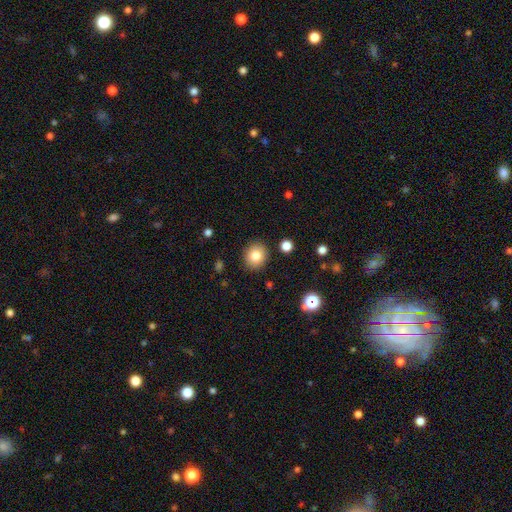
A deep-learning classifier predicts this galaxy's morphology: Smooth or featured? Predicted: smooth (p=0.81). How rounded? Predicted: round (p=0.78). Merging? Predicted: none (p=0.89).